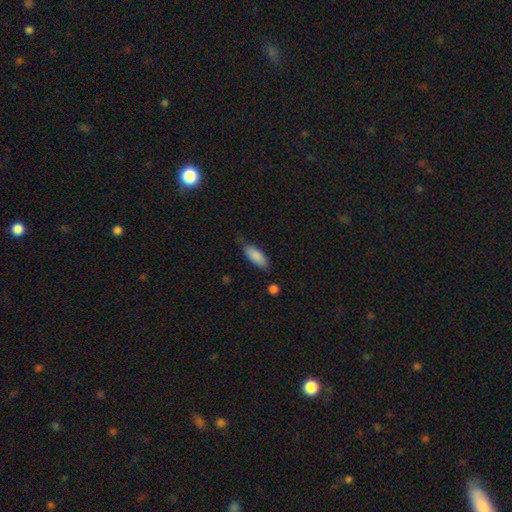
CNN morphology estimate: Overall: smooth (87%). How rounded: in between (76%). Merging: none (74%).